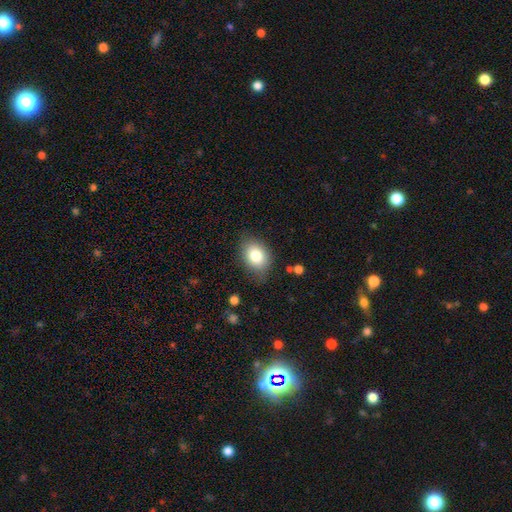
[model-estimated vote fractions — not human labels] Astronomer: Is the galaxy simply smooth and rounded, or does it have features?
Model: smooth — 81%.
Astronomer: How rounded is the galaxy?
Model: in between — 68%.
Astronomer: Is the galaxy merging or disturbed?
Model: none — 77%.